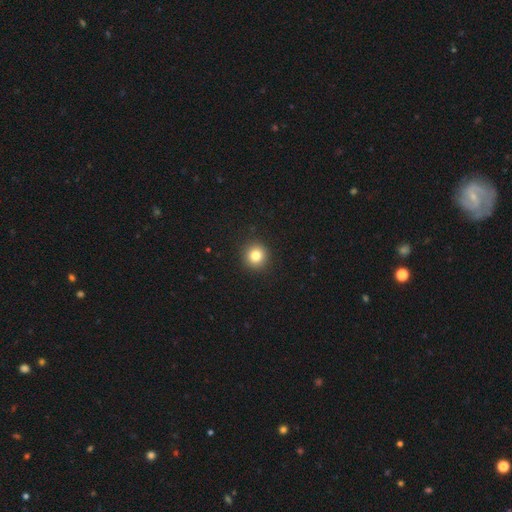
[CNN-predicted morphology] Overall: smooth (82%). How rounded: round (94%). Merging: none (93%).